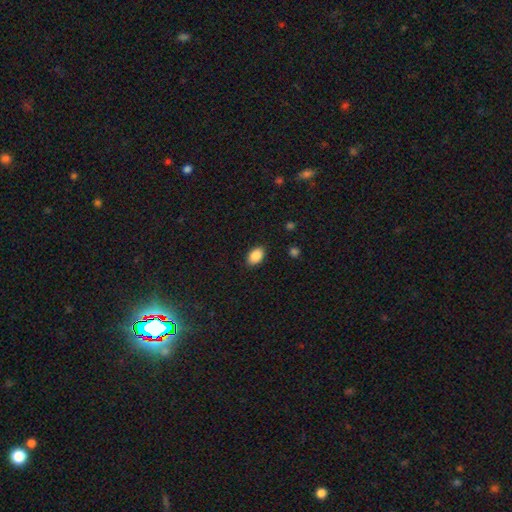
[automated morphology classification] The model was most divided on "how rounded": in between: 86%, round: 13%, cigar-shaped: 1%. More confident: smooth or featured — smooth (88%); merging — none (87%).